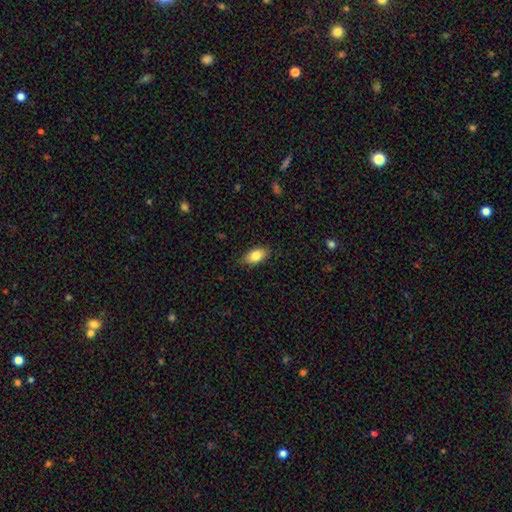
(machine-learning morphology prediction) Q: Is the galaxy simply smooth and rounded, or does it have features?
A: smooth — 83%.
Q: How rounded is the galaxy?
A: in between — 91%.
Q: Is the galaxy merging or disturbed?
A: none — 84%.